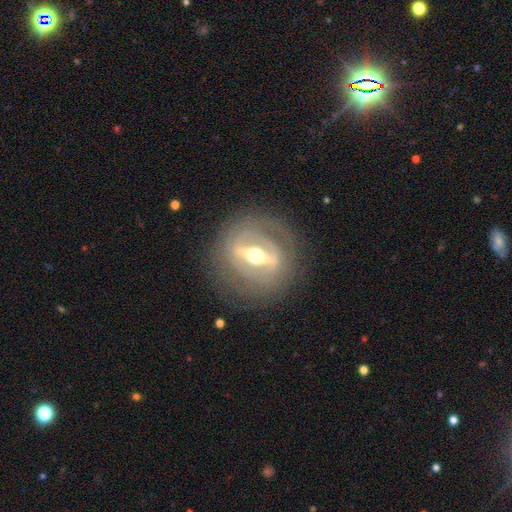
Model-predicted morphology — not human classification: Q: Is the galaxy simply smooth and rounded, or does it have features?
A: featured or disk — 86%.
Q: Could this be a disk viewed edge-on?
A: no — 72%.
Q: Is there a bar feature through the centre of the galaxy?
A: strong — 82%.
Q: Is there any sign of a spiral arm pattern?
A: no — 52%.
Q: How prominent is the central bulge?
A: moderate — 73%.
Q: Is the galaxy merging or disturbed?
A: none — 82%.